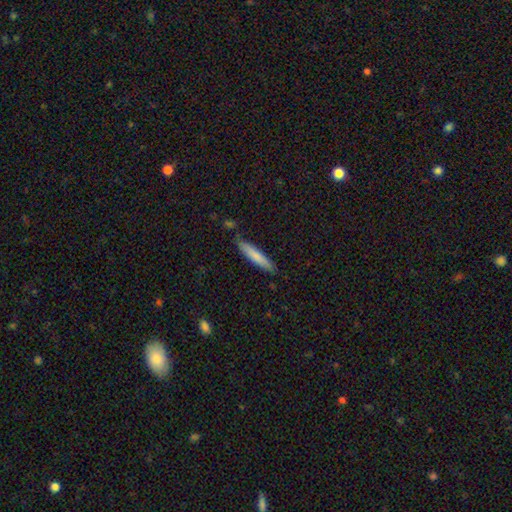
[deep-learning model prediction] Overall: smooth (78%). How rounded: cigar-shaped (91%). Merging: none (85%).